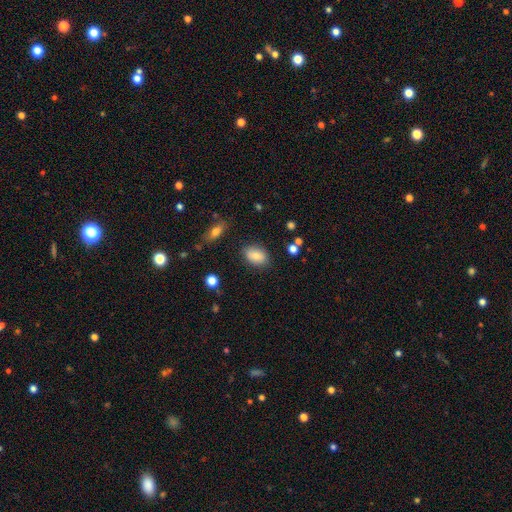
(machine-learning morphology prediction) smooth-or-featured: smooth: 81% | featured or disk: 10% | star or artifact: 8%
  how-rounded: in between: 81% | round: 18% | cigar-shaped: 1%
  merging: none: 82% | minor disturbance: 13% | major disturbance: 3% | merger: 2%